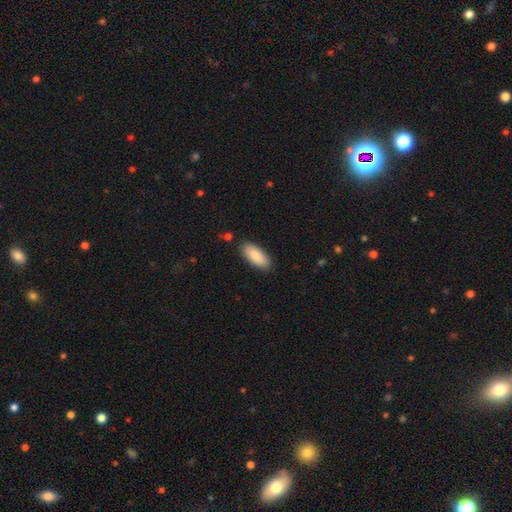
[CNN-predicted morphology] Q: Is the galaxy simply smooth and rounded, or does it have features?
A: smooth — 87%.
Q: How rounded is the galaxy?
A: in between — 81%.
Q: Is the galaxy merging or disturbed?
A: none — 87%.